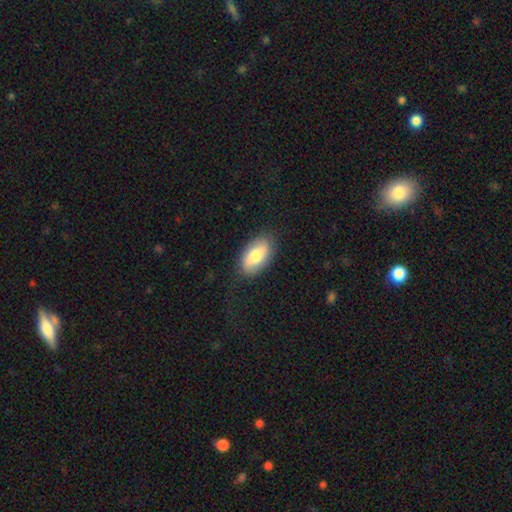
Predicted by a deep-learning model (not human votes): Morphology: type=smooth (67%); roundness=in between (93%); merging=none (83%).